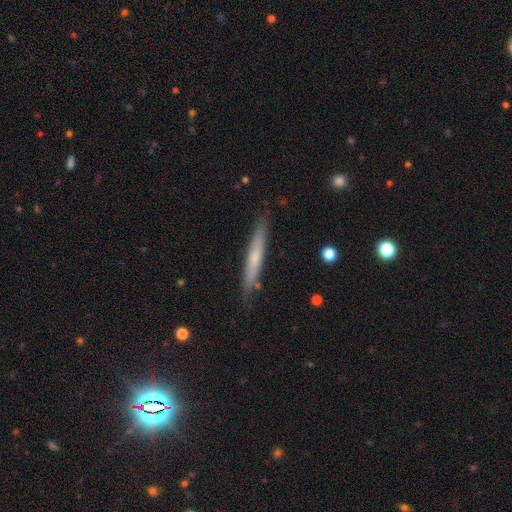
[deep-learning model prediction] A smooth galaxy with no disk features (47%, tied with featured or disk). Merging: none (86%).